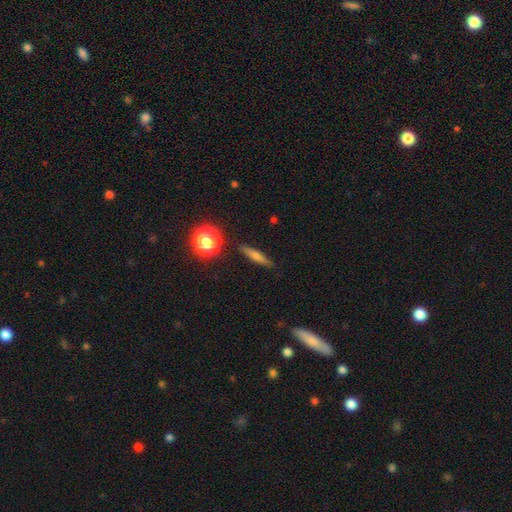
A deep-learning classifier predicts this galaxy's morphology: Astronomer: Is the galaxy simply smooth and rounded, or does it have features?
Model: smooth — 57%.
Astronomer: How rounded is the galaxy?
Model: cigar-shaped — 79%.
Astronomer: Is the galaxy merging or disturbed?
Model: none — 88%.